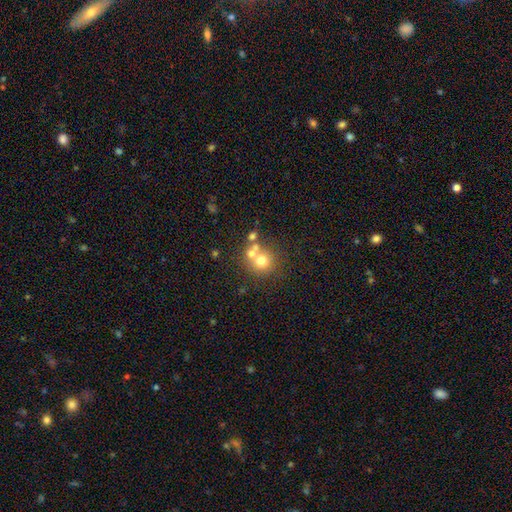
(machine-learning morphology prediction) Smooth or featured? smooth (64%)
How rounded? round (89%)
Merging? none (49%)